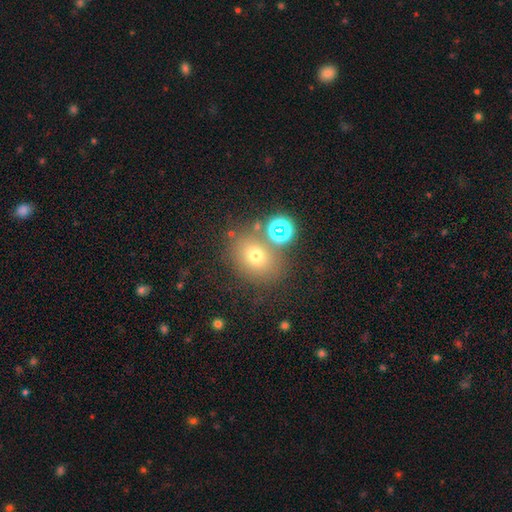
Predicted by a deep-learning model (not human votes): Morphology: type=smooth (67%); roundness=round (58%); merging=none (71%).